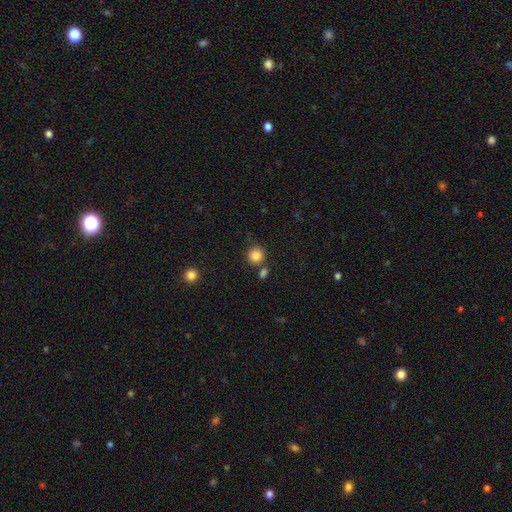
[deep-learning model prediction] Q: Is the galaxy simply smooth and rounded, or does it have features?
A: smooth — 85%.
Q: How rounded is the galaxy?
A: round — 91%.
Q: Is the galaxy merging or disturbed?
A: none — 74%.